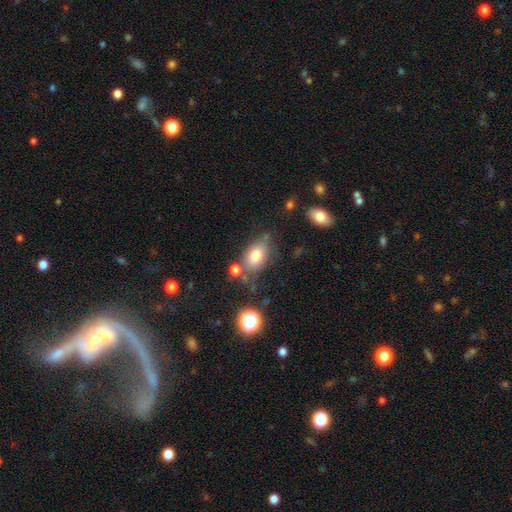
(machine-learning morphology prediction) Overall: smooth (77%). How rounded: in between (86%). Merging: none (59%; minor disturbance 19%).